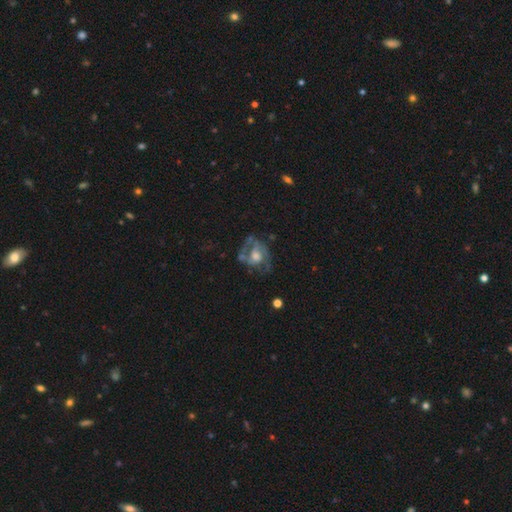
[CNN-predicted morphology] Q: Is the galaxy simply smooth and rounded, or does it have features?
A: featured or disk — 72%.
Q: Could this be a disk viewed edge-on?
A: no — 97%.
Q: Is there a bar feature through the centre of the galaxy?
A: no — 64%.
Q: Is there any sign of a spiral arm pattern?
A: yes — 71%.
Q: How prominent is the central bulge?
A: moderate — 53%.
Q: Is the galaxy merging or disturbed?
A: none — 49%.